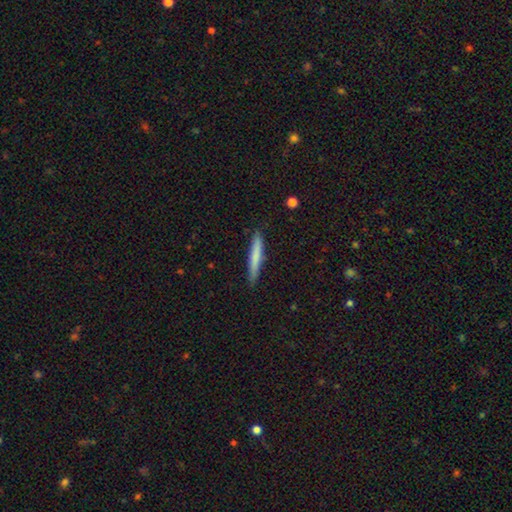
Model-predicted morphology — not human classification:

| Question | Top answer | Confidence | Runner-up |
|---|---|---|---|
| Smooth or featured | smooth | 72% | featured or disk (22%) |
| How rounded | cigar-shaped | 95% | in between (4%) |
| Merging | none | 86% | minor disturbance (11%) |